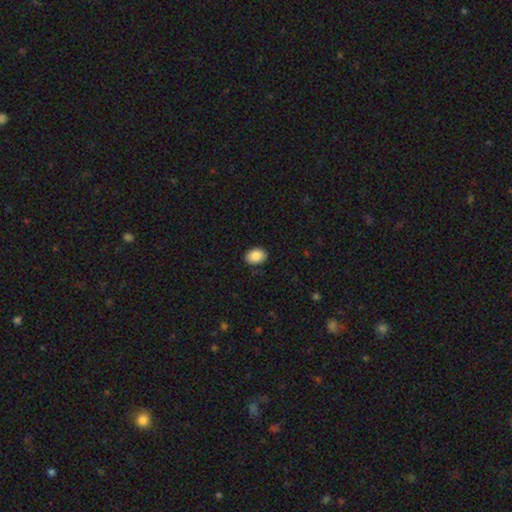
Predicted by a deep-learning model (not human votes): This appears to be a smooth galaxy with no disk features (88%) that is in between round and cigar-shaped (74%). Merging: none (89%).